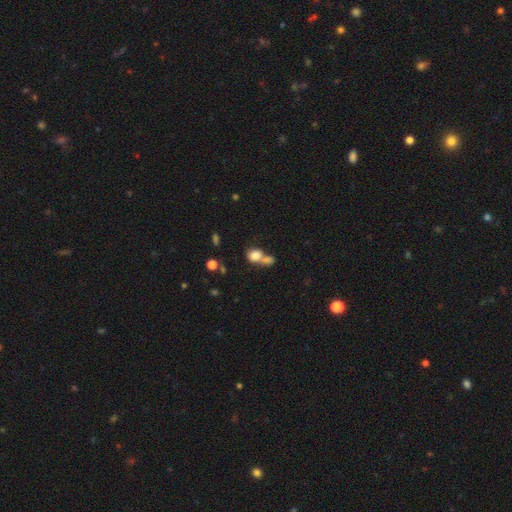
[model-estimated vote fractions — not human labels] Morphology: type=smooth (80%); roundness=round (53%); merging=merger (61%).